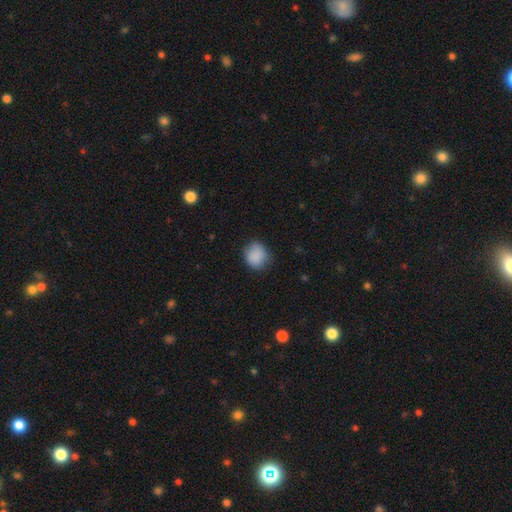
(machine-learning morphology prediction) Q: Smooth or featured?
A: smooth (88%); runner-up: star or artifact (8%)
Q: How rounded?
A: round (74%); runner-up: in between (25%)
Q: Merging?
A: none (77%); runner-up: minor disturbance (18%)